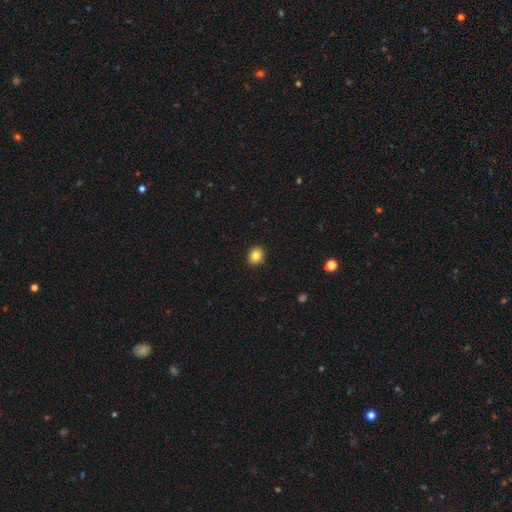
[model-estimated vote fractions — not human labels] Morphology: type=smooth (83%); roundness=round (70%); merging=none (91%).